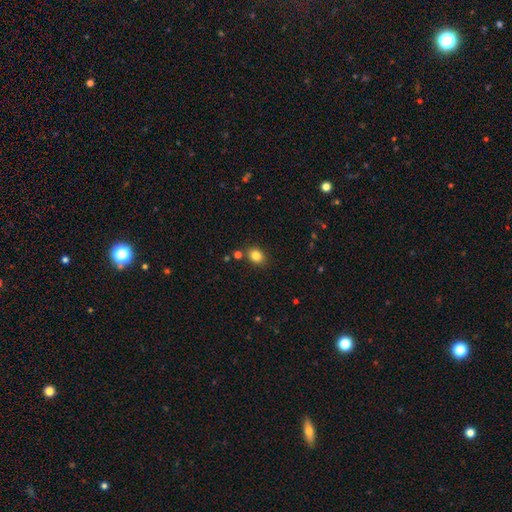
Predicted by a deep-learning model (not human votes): Q: Smooth or featured?
A: smooth (83%); runner-up: star or artifact (11%)
Q: How rounded?
A: round (51%); runner-up: in between (49%)
Q: Merging?
A: none (82%); runner-up: minor disturbance (10%)